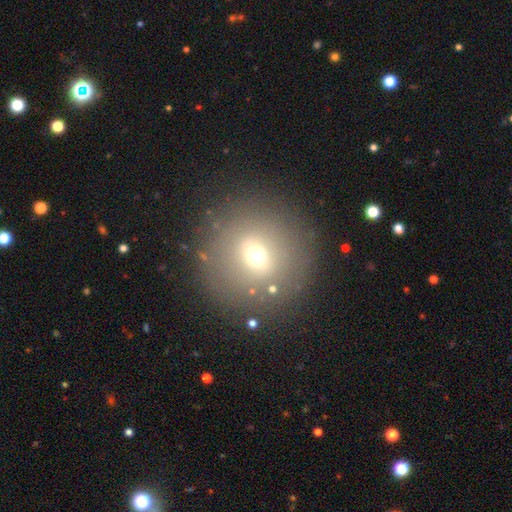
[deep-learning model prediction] A smooth galaxy with no disk features (60%) that is round (94%). Merging: none (85%).